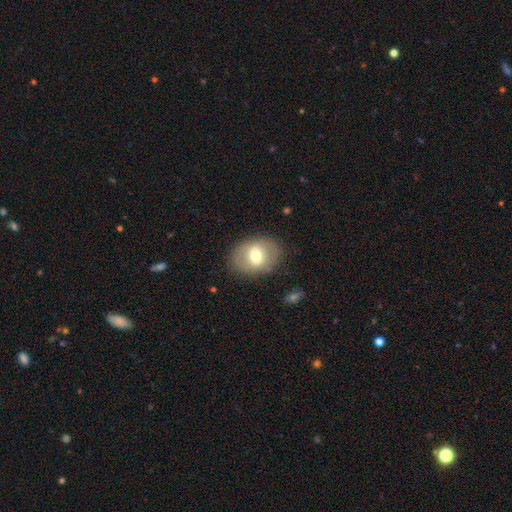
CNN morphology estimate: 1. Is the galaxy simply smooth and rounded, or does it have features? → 54% smooth, 38% featured or disk, 8% star or artifact.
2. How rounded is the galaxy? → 65% in between, 34% round, 1% cigar-shaped.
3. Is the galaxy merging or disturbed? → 81% none, 12% minor disturbance, 6% major disturbance, 1% merger.